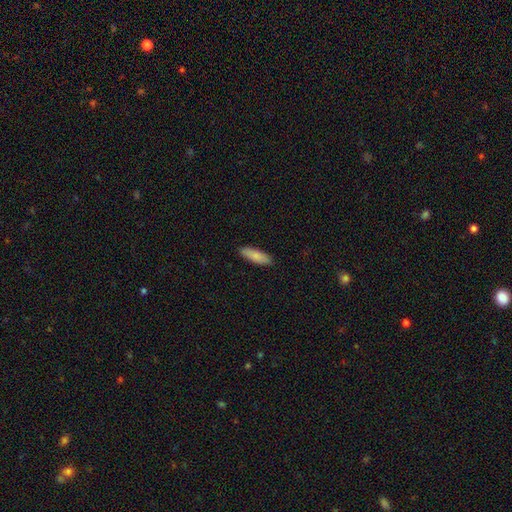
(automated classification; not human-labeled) Morphology: type=smooth (85%); roundness=in between (52%); merging=none (89%).